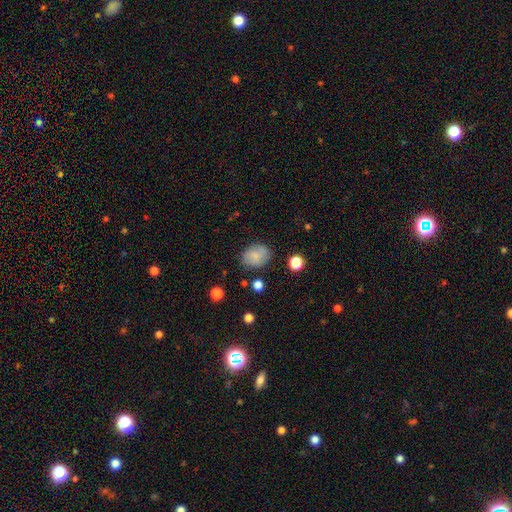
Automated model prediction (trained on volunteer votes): smooth_or_featured: smooth (p=0.78) [alt: featured or disk p=0.14]
how_rounded: in between (p=0.59) [alt: round p=0.40]
merging: none (p=0.76) [alt: minor disturbance p=0.16]